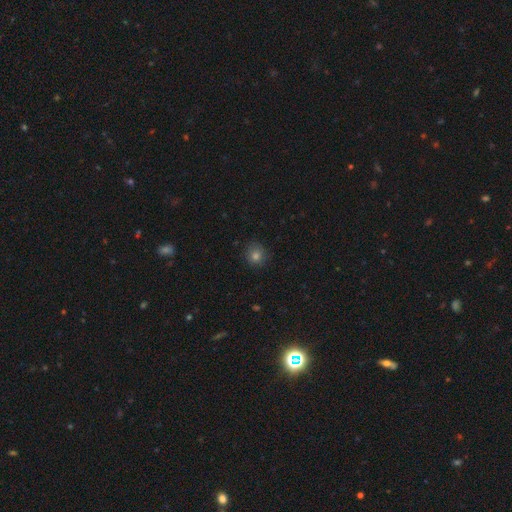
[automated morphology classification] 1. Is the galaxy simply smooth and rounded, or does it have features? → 79% smooth, 15% star or artifact, 6% featured or disk.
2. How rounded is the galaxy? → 88% round, 11% in between, 1% cigar-shaped.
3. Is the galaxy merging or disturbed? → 87% none, 10% minor disturbance, 2% major disturbance, 1% merger.